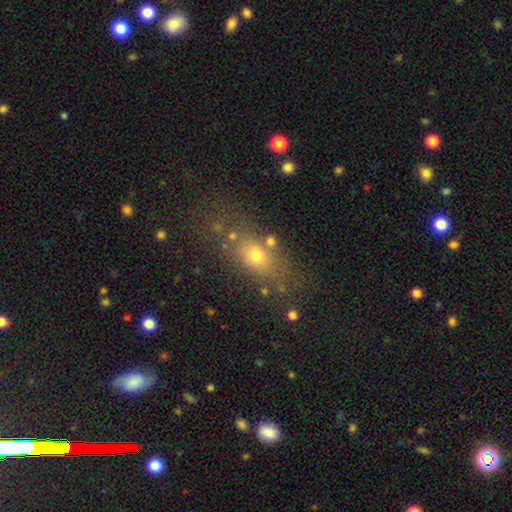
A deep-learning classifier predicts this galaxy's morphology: Smooth or featured?
  - smooth: 67% *
  - featured or disk: 18%
  - star or artifact: 16%
How rounded?
  - in between: 67% *
  - round: 23%
  - cigar-shaped: 10%
Merging?
  - none: 68% *
  - minor disturbance: 15%
  - major disturbance: 9%
  - merger: 8%